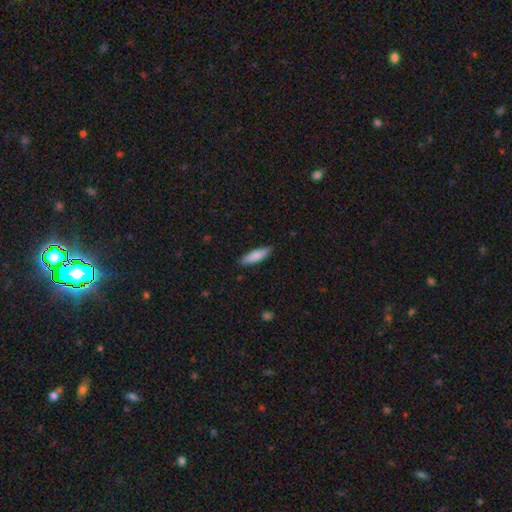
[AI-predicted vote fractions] smooth-or-featured: smooth: 83% | featured or disk: 11% | star or artifact: 6%
  how-rounded: cigar-shaped: 66% | in between: 32% | round: 1%
  merging: none: 85% | minor disturbance: 12% | major disturbance: 2% | merger: 1%